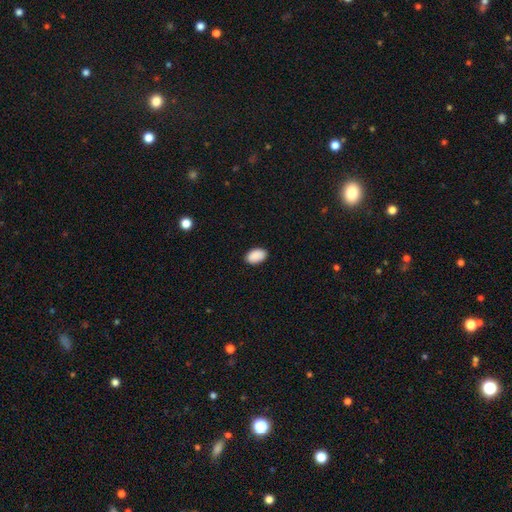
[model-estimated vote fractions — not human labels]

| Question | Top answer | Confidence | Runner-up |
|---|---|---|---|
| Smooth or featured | smooth | 90% | star or artifact (7%) |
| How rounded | in between | 92% | round (7%) |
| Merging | none | 88% | minor disturbance (9%) |